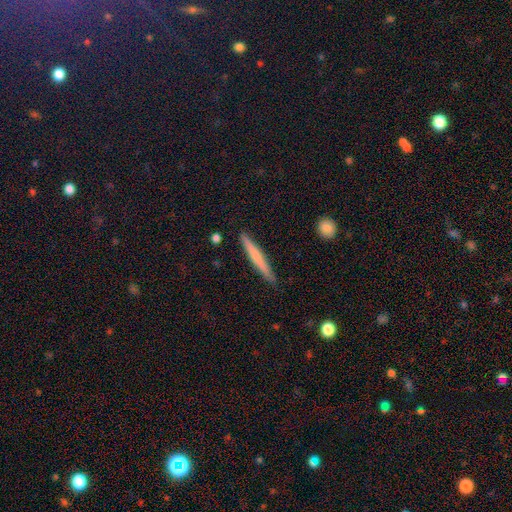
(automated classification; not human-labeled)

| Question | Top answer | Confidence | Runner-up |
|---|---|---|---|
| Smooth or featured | smooth | 60% | featured or disk (34%) |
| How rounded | cigar-shaped | 96% | in between (3%) |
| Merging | none | 89% | minor disturbance (8%) |